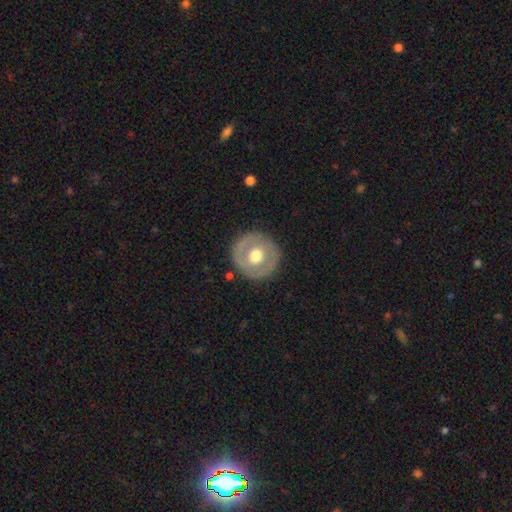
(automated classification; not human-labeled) A smooth galaxy with no disk features (49%).

Vote fractions:
- Smooth or featured? smooth: 49% / featured or disk: 45% / star or artifact: 6%
- Merging? none: 87% / minor disturbance: 9% / major disturbance: 3% / merger: 1%